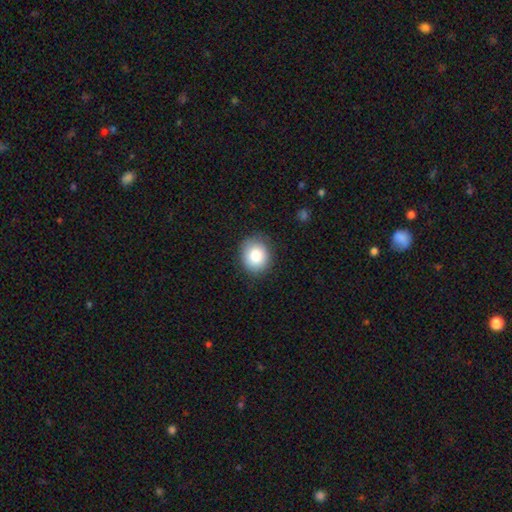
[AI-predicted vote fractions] Smooth or featured?
  - smooth: 85% *
  - star or artifact: 9%
  - featured or disk: 7%
How rounded?
  - round: 69% *
  - in between: 30%
  - cigar-shaped: 1%
Merging?
  - none: 85% *
  - minor disturbance: 11%
  - major disturbance: 3%
  - merger: 1%